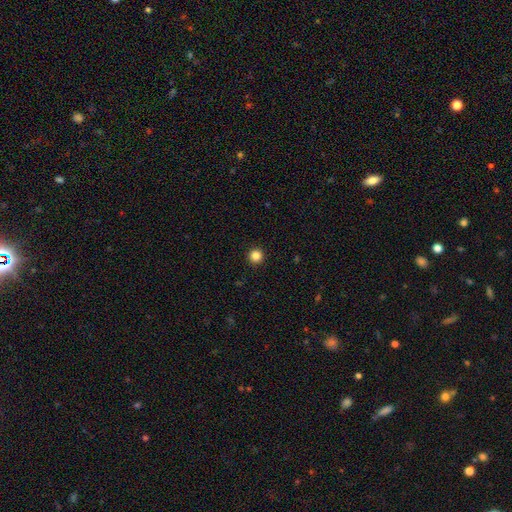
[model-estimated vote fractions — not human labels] Smooth or featured? Predicted: smooth (p=0.85). How rounded? Predicted: round (p=0.96). Merging? Predicted: none (p=0.94).